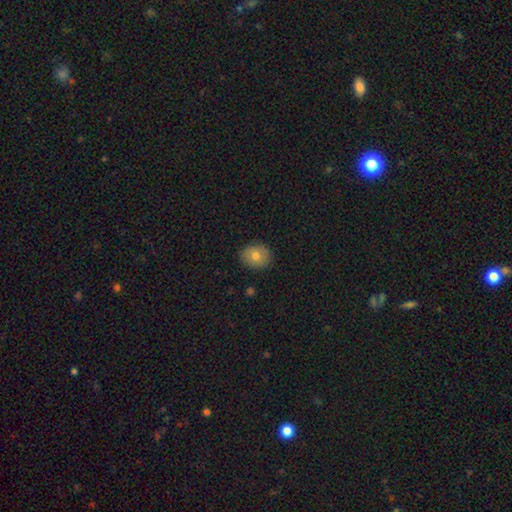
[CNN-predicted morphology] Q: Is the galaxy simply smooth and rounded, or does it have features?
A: smooth — 76%.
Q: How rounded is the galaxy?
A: round — 59%.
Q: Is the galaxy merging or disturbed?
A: none — 88%.